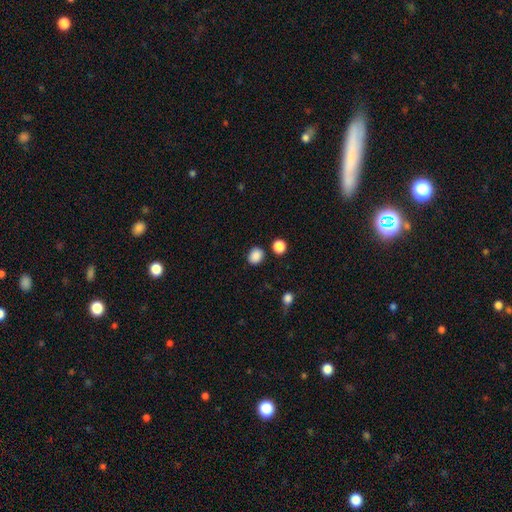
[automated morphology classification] This is clearly a smooth galaxy (87%). How rounded: likely round (63%). Merging: clearly none (83%).